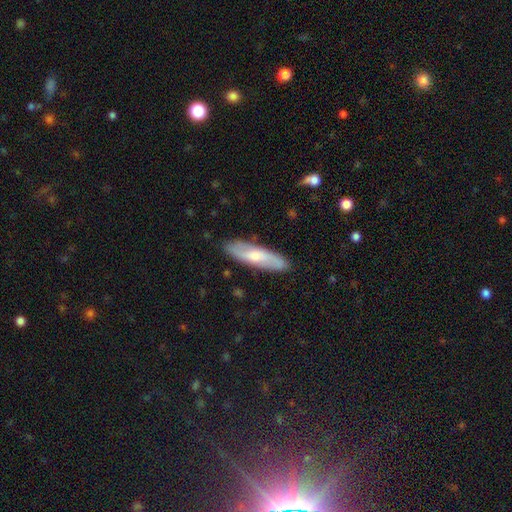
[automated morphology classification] This is possibly a smooth galaxy (52%). How rounded: likely cigar-shaped (67%). Merging: clearly none (87%).